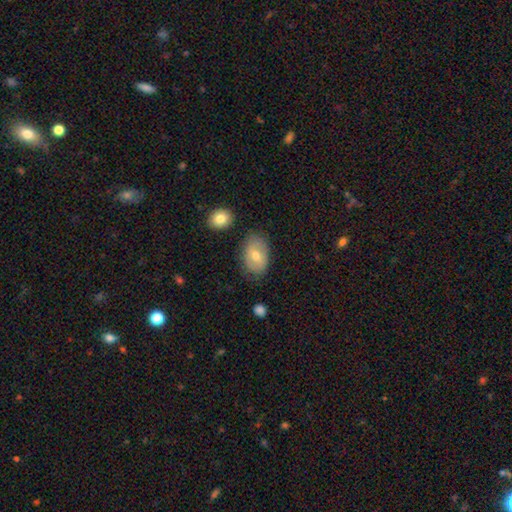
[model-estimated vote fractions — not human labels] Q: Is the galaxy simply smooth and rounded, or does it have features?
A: smooth — 63%.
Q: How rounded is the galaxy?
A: in between — 86%.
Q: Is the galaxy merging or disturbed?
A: none — 76%.